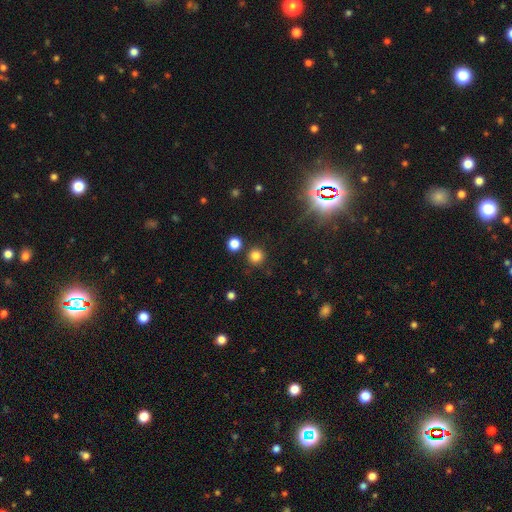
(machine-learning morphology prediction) type=smooth (80%); roundness=round (94%); merging=none (87%).